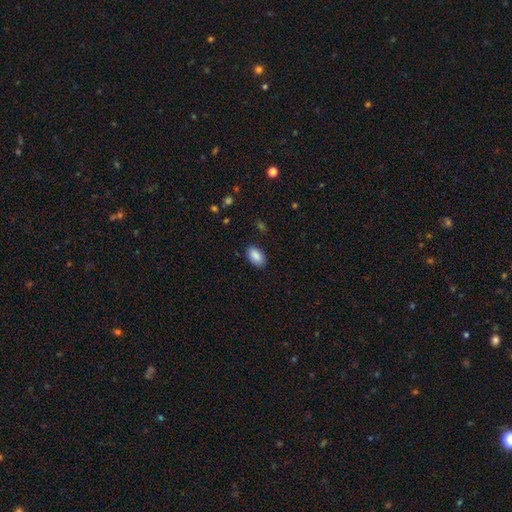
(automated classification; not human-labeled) This is clearly a smooth galaxy (89%). How rounded: clearly in between (93%). Merging: clearly none (86%).